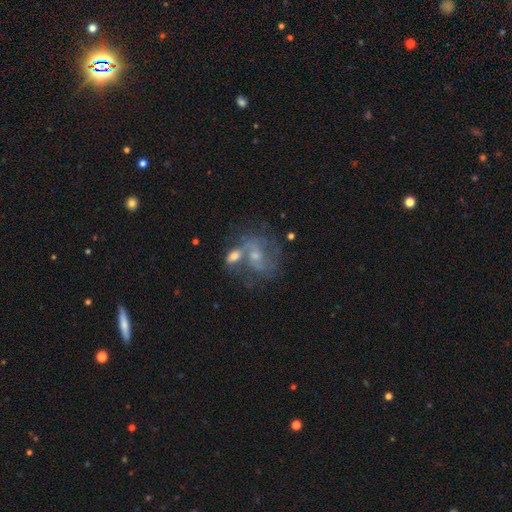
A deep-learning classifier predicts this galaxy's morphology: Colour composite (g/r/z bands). It shows a featured or disk galaxy (70%) with no bar (54%), 2 (58%) medium (47%) spiral arms (77%) and a small central bulge (54%). Merging: merger (37%, tied with none).